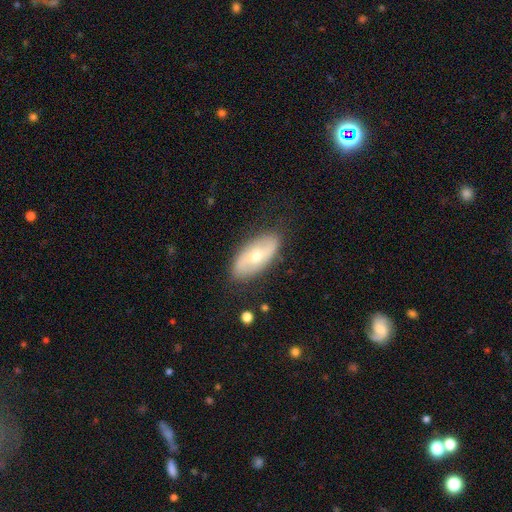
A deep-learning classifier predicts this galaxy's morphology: Overall: featured or disk (49%; smooth 45%). Merging: none (82%).